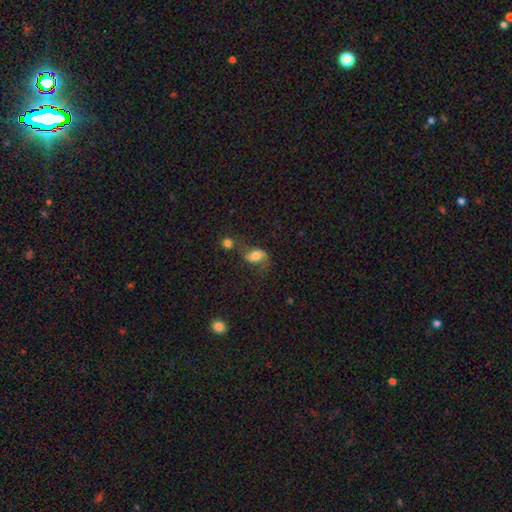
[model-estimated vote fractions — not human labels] Smooth or featured?
  - smooth: 52% *
  - featured or disk: 37%
  - star or artifact: 11%
How rounded?
  - in between: 75% *
  - round: 23%
  - cigar-shaped: 3%
Merging?
  - none: 43% *
  - minor disturbance: 22%
  - major disturbance: 18%
  - merger: 17%